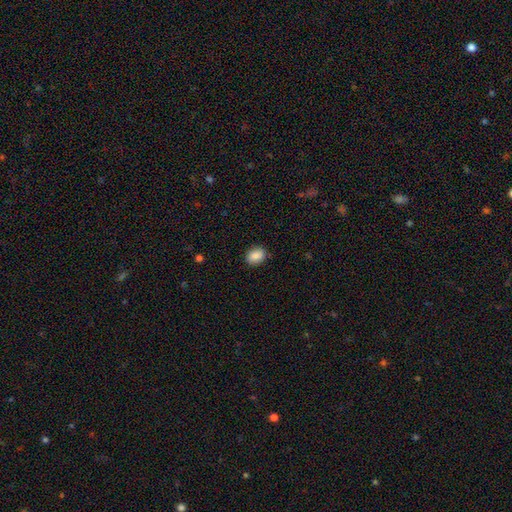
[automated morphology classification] type=smooth (89%); roundness=in between (67%); merging=none (87%).